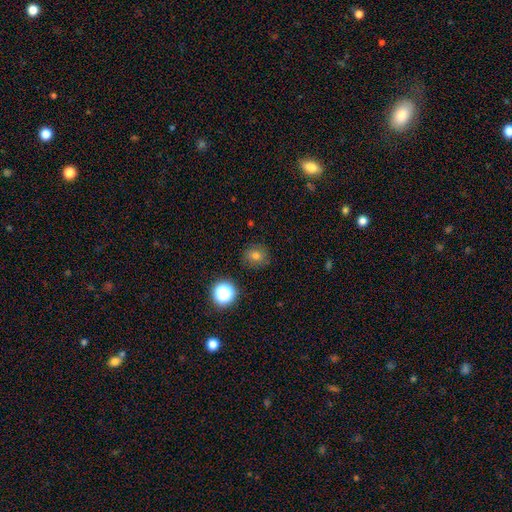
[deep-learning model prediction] Smooth or featured? Predicted: smooth (p=0.73). How rounded? Predicted: round (p=0.83). Merging? Predicted: none (p=0.85).